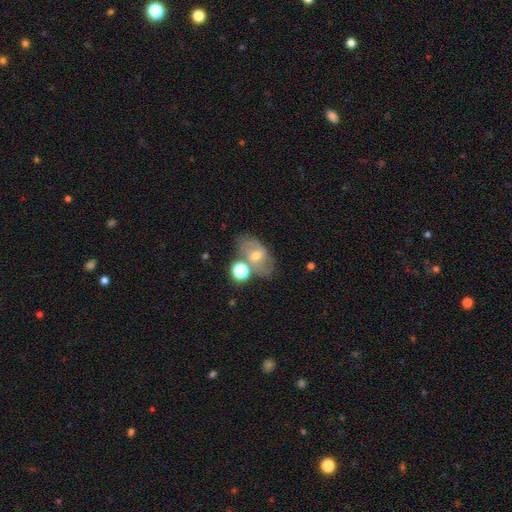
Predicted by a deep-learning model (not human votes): This is possibly a featured or disk galaxy (46%). Merging: possibly none (58%).